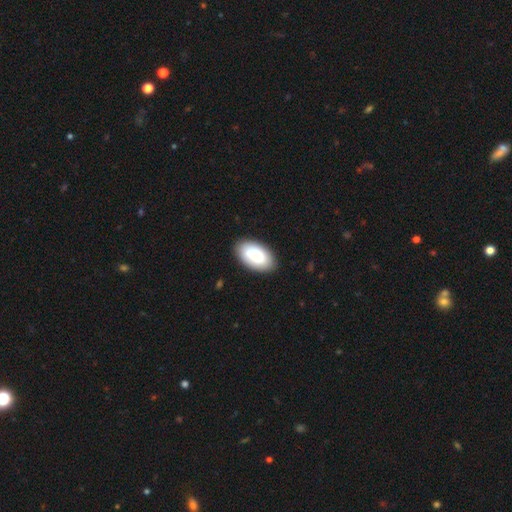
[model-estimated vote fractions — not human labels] This appears to be a smooth galaxy with no disk features (74%) that is in between round and cigar-shaped (94%). Merging: none (85%).